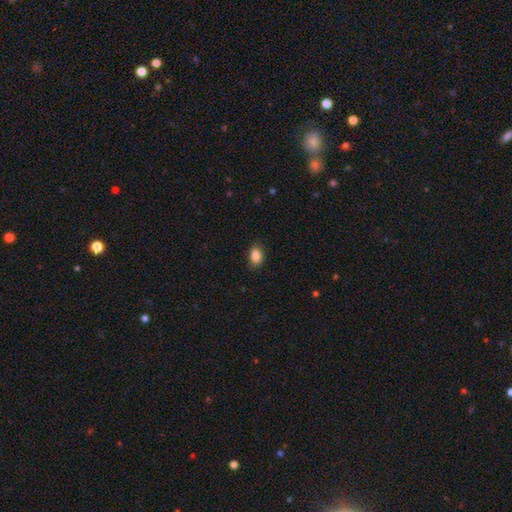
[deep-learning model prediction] A smooth galaxy with no disk features (87%) that is in between round and cigar-shaped (81%). Merging: none (86%).